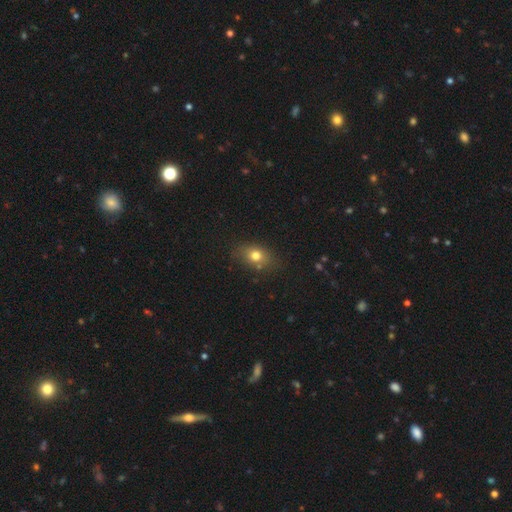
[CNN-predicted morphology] Q: Smooth or featured?
A: smooth (75%); runner-up: star or artifact (13%)
Q: How rounded?
A: in between (63%); runner-up: round (34%)
Q: Merging?
A: none (77%); runner-up: minor disturbance (15%)